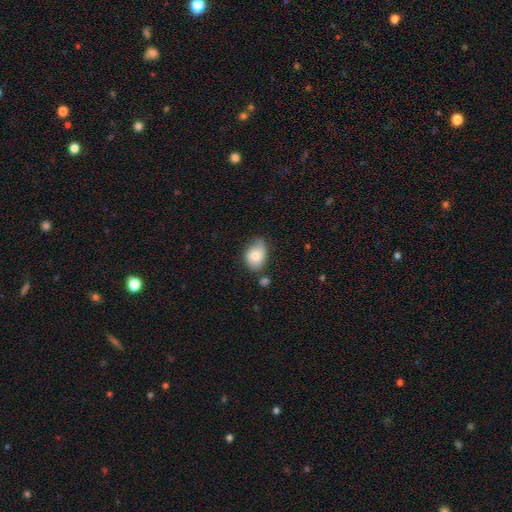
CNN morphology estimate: Q: Smooth or featured?
A: smooth (75%); runner-up: featured or disk (17%)
Q: How rounded?
A: in between (76%); runner-up: round (23%)
Q: Merging?
A: none (52%); runner-up: minor disturbance (33%)